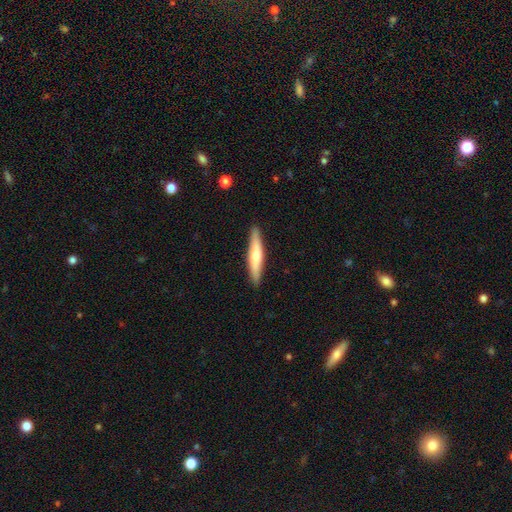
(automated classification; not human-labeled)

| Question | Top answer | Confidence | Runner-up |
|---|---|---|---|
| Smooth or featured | smooth | 58% | featured or disk (36%) |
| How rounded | cigar-shaped | 89% | in between (9%) |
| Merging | none | 90% | minor disturbance (7%) |